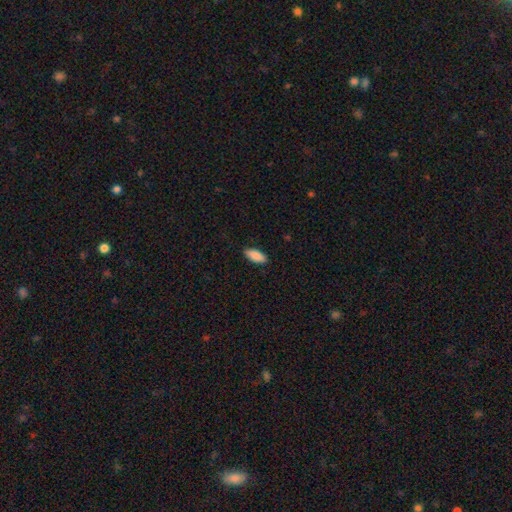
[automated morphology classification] Overall: smooth (90%). How rounded: in between (84%). Merging: none (89%).